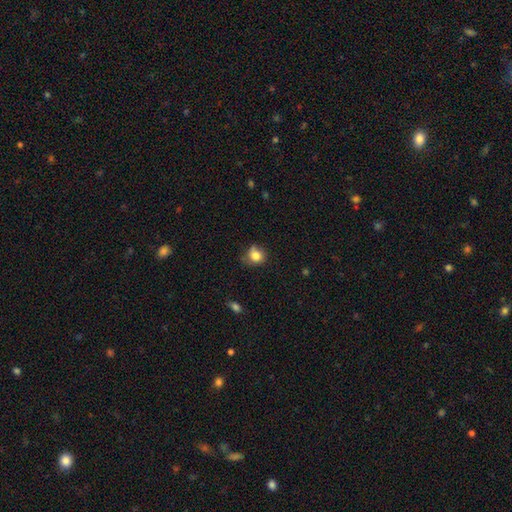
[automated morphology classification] Smooth or featured: smooth — 80% (featured or disk — 10%)
How rounded: round — 73% (in between — 26%)
Merging: none — 54% (minor disturbance — 31%)